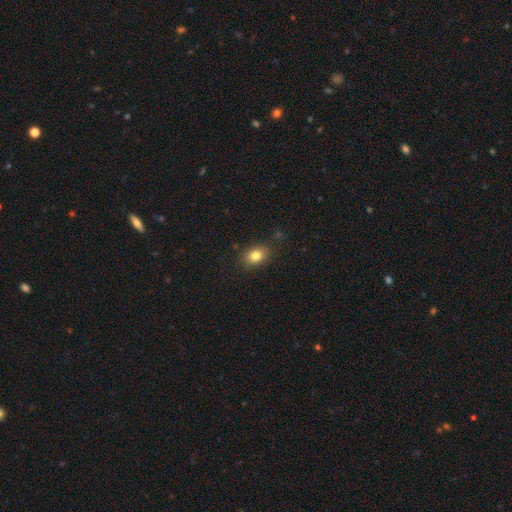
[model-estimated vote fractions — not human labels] This appears to be a smooth galaxy with no disk features (82%) that is in between round and cigar-shaped (69%). Merging: none (83%).